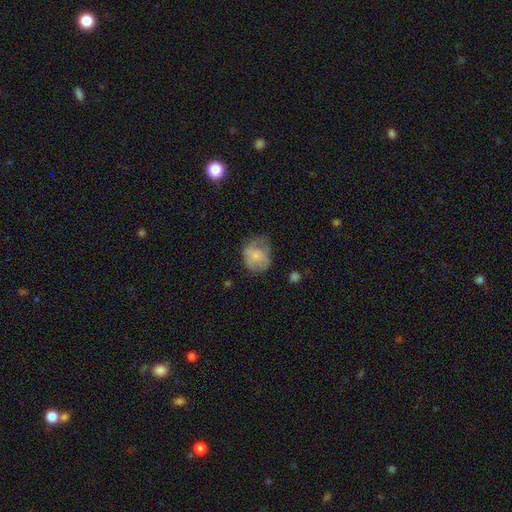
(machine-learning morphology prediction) A smooth galaxy with no disk features (67%) that is round (58%). Merging: minor disturbance (36%).